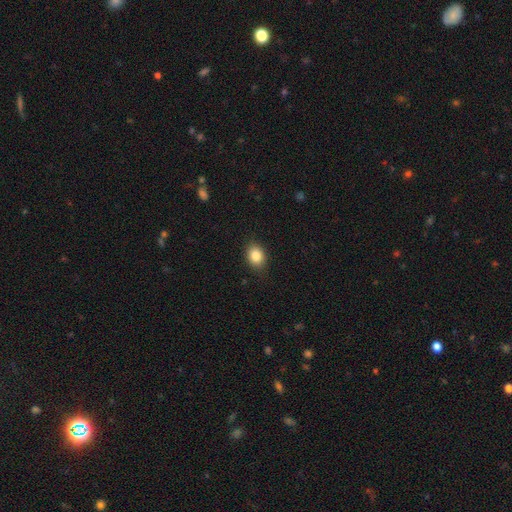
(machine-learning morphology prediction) Overall: smooth (85%). How rounded: in between (59%; round 40%). Merging: none (86%).